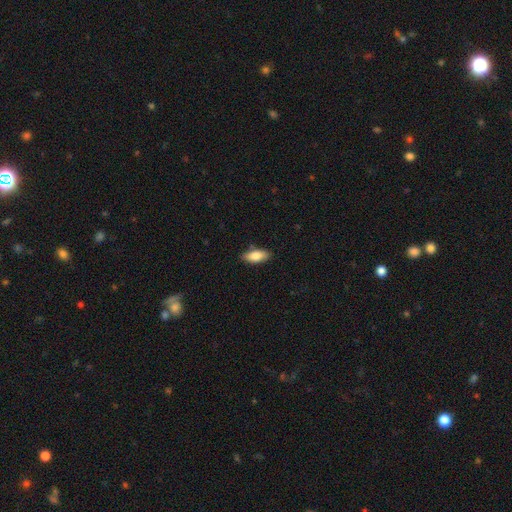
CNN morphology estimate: Overall: smooth (81%). How rounded: in between (82%). Merging: none (84%).